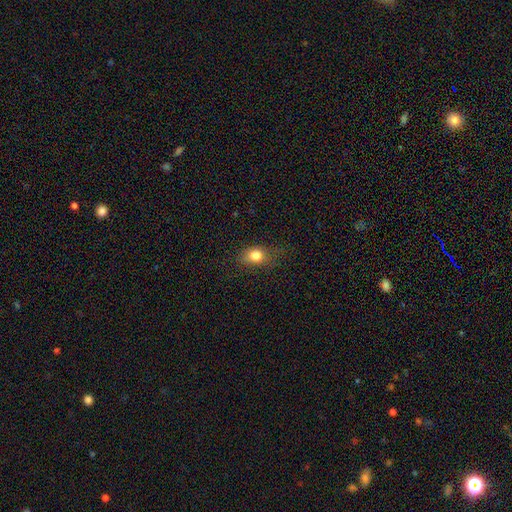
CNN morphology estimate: Smooth or featured? Predicted: smooth (p=0.80). How rounded? Predicted: in between (p=0.58). Merging? Predicted: none (p=0.64).